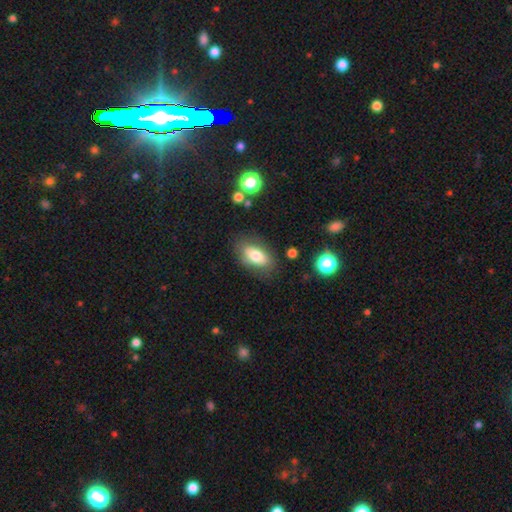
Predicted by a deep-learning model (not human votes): The model was most divided on "smooth or featured": smooth: 72%, featured or disk: 20%, star or artifact: 8%. More confident: how rounded — in between (89%); merging — none (78%).